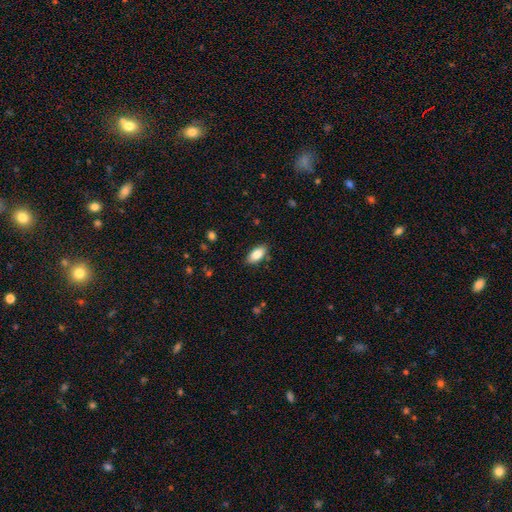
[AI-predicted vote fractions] A smooth galaxy with no disk features (84%) that is in between round and cigar-shaped (90%).

Vote fractions:
- Smooth or featured? smooth: 84% / featured or disk: 9% / star or artifact: 7%
- How rounded? in between: 90% / cigar-shaped: 7% / round: 3%
- Merging? none: 86% / minor disturbance: 11% / major disturbance: 2% / merger: 1%